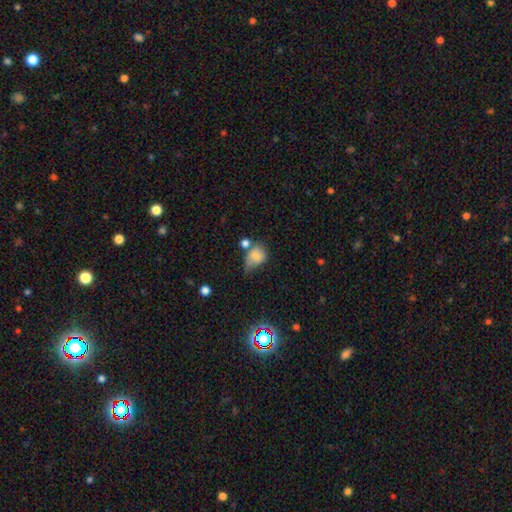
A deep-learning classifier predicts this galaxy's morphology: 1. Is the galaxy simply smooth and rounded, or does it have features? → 71% smooth, 17% featured or disk, 12% star or artifact.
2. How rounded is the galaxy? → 58% in between, 40% round, 1% cigar-shaped.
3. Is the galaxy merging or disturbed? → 36% minor disturbance, 27% none, 21% major disturbance, 17% merger.